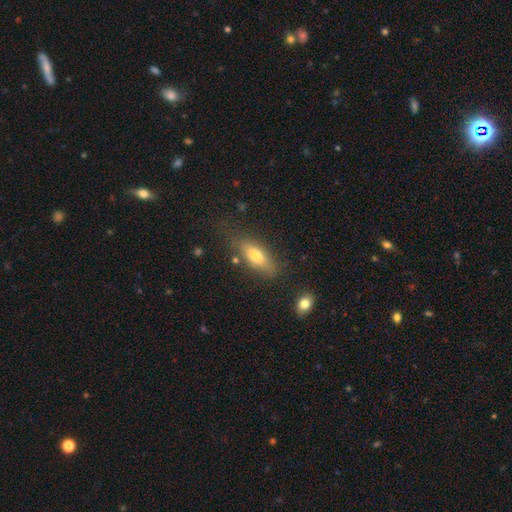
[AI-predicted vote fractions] Overall: smooth (67%). How rounded: in between (66%; cigar-shaped 31%). Merging: none (74%).